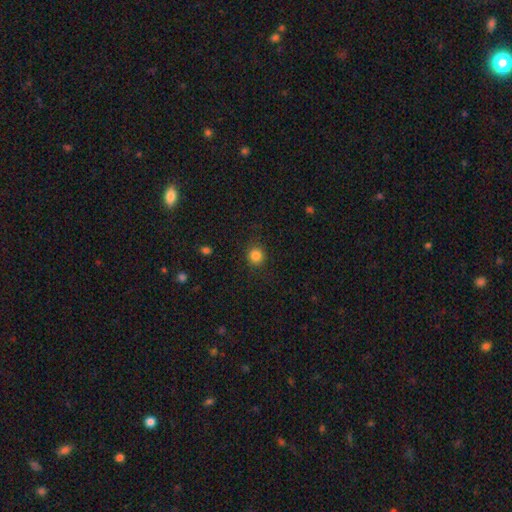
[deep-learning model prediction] A smooth galaxy with no disk features (84%) that is round (87%). Merging: none (87%).